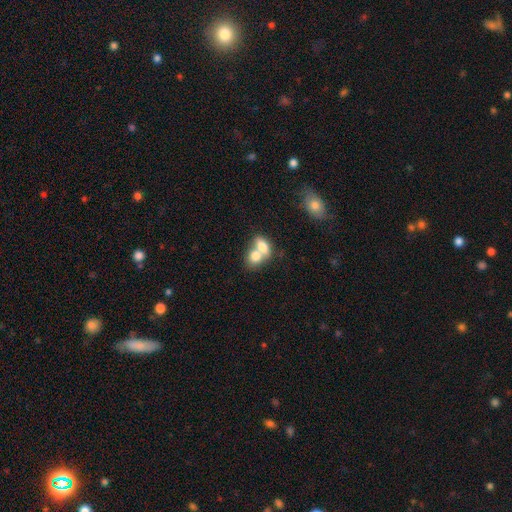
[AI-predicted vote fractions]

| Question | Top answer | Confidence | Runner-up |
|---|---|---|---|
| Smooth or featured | smooth | 75% | featured or disk (17%) |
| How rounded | in between | 65% | round (33%) |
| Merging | merger | 70% | none (20%) |